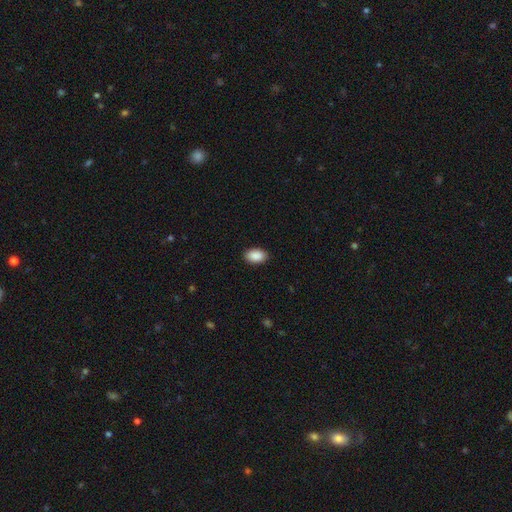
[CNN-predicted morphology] A smooth galaxy with no disk features (91%) that is in between round and cigar-shaped (92%).

Vote fractions:
- Smooth or featured? smooth: 91% / star or artifact: 7% / featured or disk: 3%
- How rounded? in between: 92% / round: 7% / cigar-shaped: 1%
- Merging? none: 89% / minor disturbance: 8% / major disturbance: 2% / merger: 1%